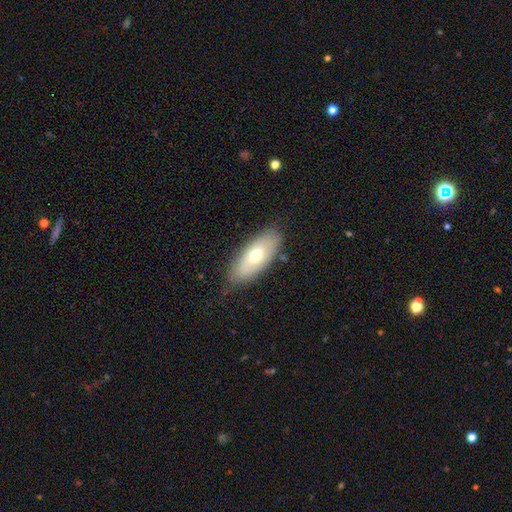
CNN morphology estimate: Overall: smooth (64%; featured or disk 29%). How rounded: in between (82%). Merging: none (80%).